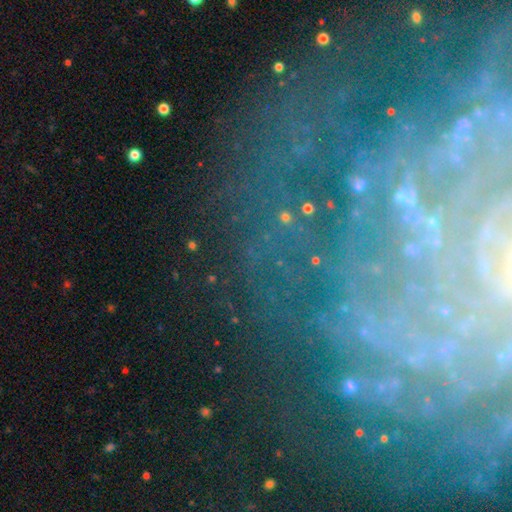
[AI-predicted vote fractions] smooth-or-featured: featured or disk: 61% | star or artifact: 26% | smooth: 14%
  disk-edge-on: no: 93% | yes: 7%
    bar: no: 59% | weak: 23% | strong: 18%
    has-spiral-arms: yes: 72% | no: 28%
    bulge-size: small: 55% | none: 21% | moderate: 17% | large: 4% | dominant: 3%
  merging: none: 63% | minor disturbance: 17% | major disturbance: 15% | merger: 5%